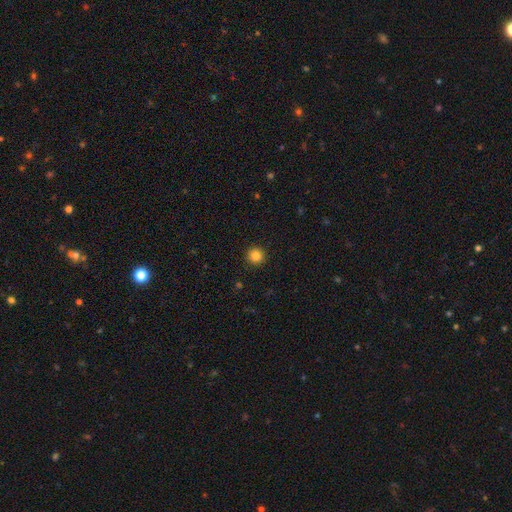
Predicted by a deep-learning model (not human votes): A smooth galaxy with no disk features (84%) that is round (95%).

Vote fractions:
- Smooth or featured? smooth: 84% / star or artifact: 11% / featured or disk: 5%
- How rounded? round: 95% / in between: 4% / cigar-shaped: 1%
- Merging? none: 93% / minor disturbance: 4% / major disturbance: 2% / merger: 1%